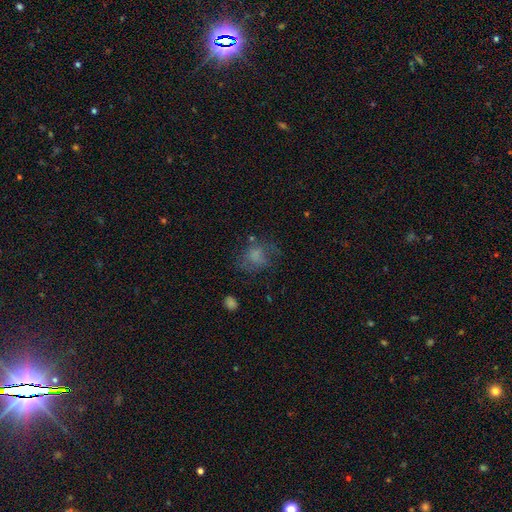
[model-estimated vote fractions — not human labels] This is likely a smooth galaxy (64%). How rounded: likely round (63%). Merging: possibly none (52%).